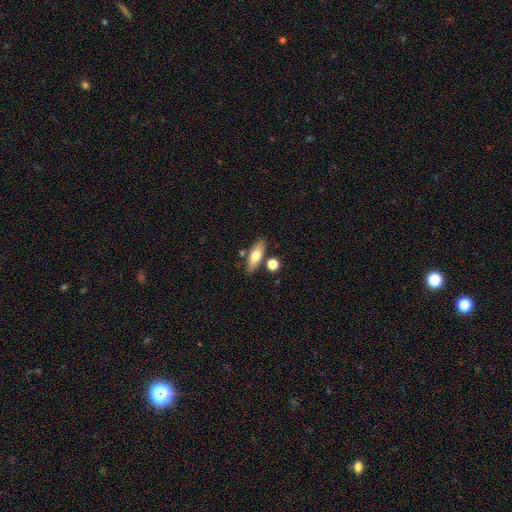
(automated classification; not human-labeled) A smooth galaxy with no disk features (66%) that is in between round and cigar-shaped (58%).

Vote fractions:
- Smooth or featured? smooth: 66% / featured or disk: 27% / star or artifact: 7%
- How rounded? in between: 58% / cigar-shaped: 37% / round: 5%
- Merging? none: 77% / minor disturbance: 11% / merger: 9% / major disturbance: 3%